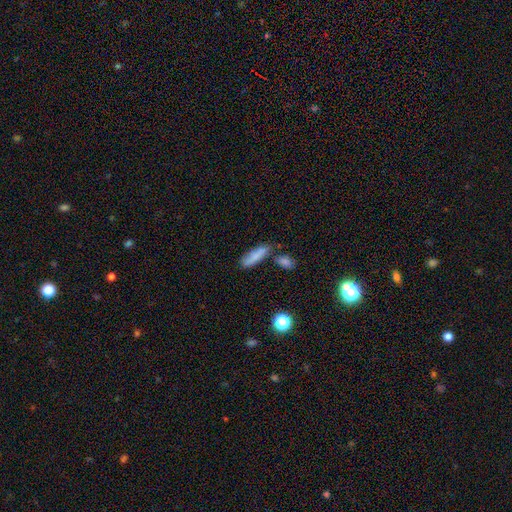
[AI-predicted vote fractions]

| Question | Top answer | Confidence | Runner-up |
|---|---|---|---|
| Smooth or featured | smooth | 78% | featured or disk (14%) |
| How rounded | cigar-shaped | 57% | in between (40%) |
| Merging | none | 58% | minor disturbance (20%) |